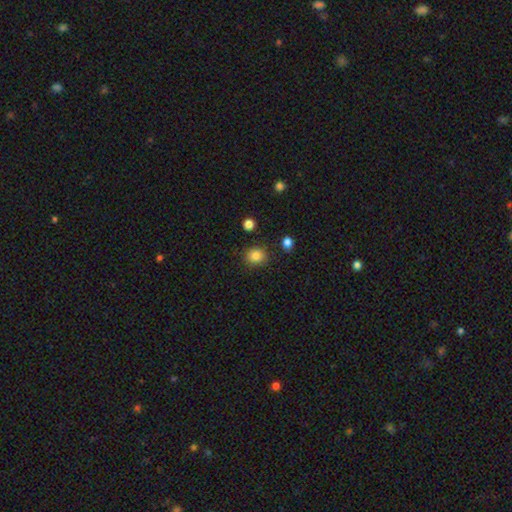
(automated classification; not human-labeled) Overall: smooth (84%). How rounded: round (79%). Merging: none (86%).